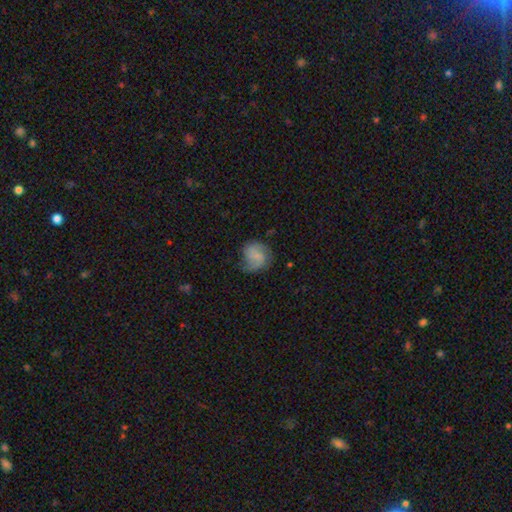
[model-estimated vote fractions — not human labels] The model was most divided on "smooth or featured": smooth: 50%, featured or disk: 41%, star or artifact: 8%. More confident: how rounded — round (73%); merging — none (57%).